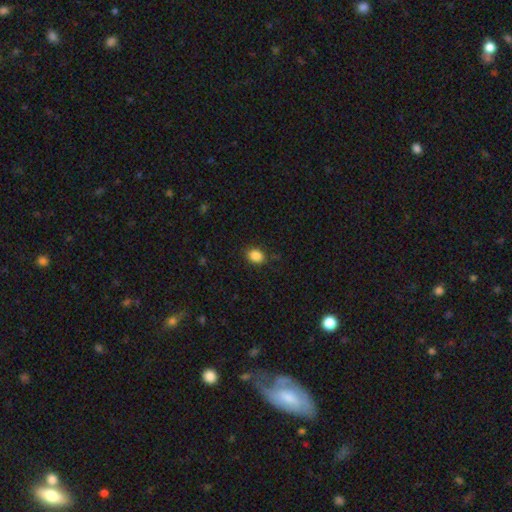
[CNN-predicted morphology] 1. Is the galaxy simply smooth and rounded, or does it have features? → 86% smooth, 10% star or artifact, 4% featured or disk.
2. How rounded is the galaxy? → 61% in between, 38% round, 1% cigar-shaped.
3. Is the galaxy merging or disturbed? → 84% none, 12% minor disturbance, 3% major disturbance, 1% merger.